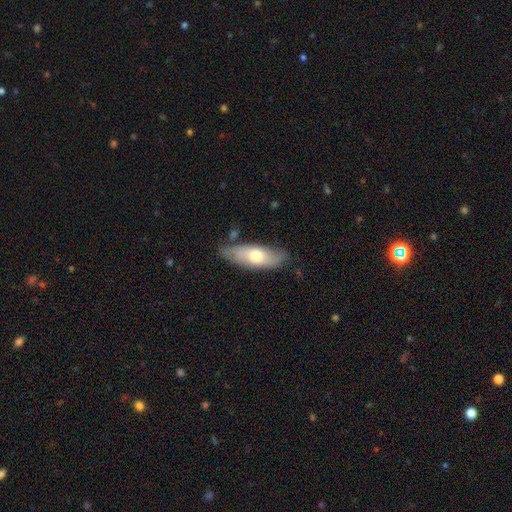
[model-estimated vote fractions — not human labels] smooth 61%, featured or disk 34%, star or artifact 6%. Down the decision tree: how rounded — in between (72%); merging — none (73%).